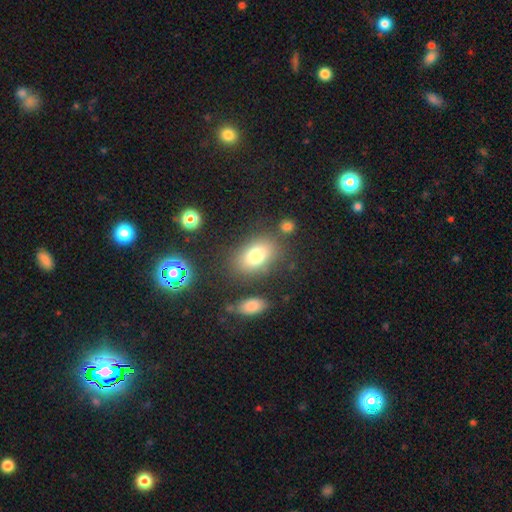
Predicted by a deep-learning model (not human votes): Smooth or featured: smooth — 76% (featured or disk — 13%)
How rounded: in between — 80% (round — 18%)
Merging: none — 75% (minor disturbance — 13%)